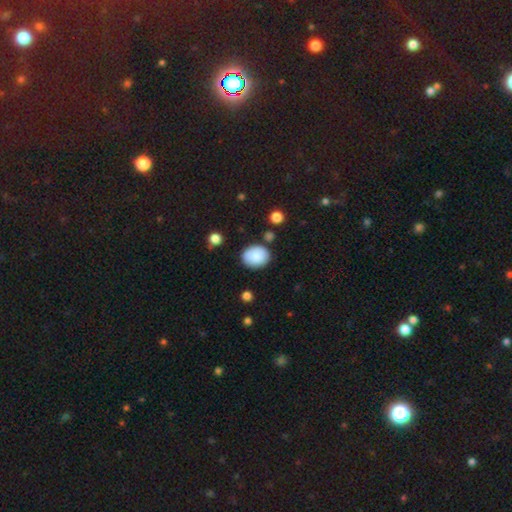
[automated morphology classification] The model was most divided on "how rounded" (2-way tie): round: 50%, in between: 50%, cigar-shaped: 1%. More confident: smooth or featured — smooth (86%); merging — none (81%).